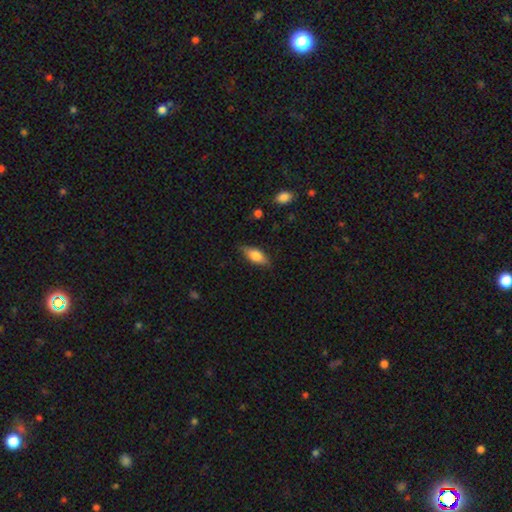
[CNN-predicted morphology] A smooth galaxy with no disk features (70%) that is in between round and cigar-shaped (78%). Merging: none (80%).